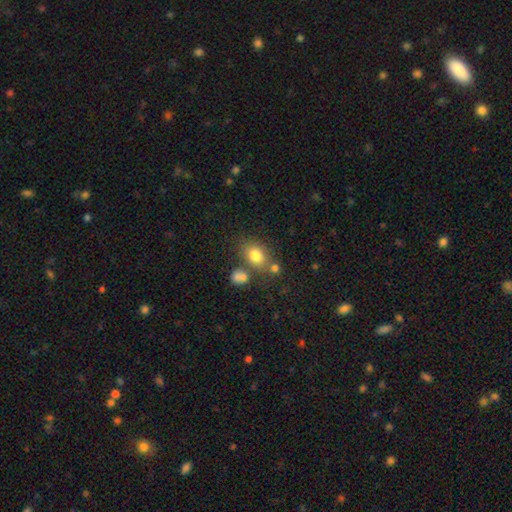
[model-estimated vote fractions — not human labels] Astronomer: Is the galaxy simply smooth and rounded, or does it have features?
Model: smooth — 79%.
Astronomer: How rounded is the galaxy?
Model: in between — 71%.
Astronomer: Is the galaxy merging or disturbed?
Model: none — 61%.